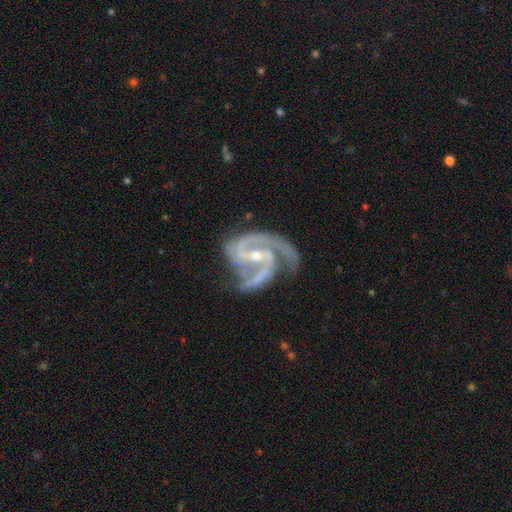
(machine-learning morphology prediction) The model was most divided on "bar": weak: 42%, strong: 37%, no: 21%. More confident: spiral arms — yes (98%); edge-on disk — no (98%); smooth or featured — featured or disk (93%); bulge size — small (59%); spiral arm count — 2 (58%); spiral winding — medium (57%); merging — none (50%).